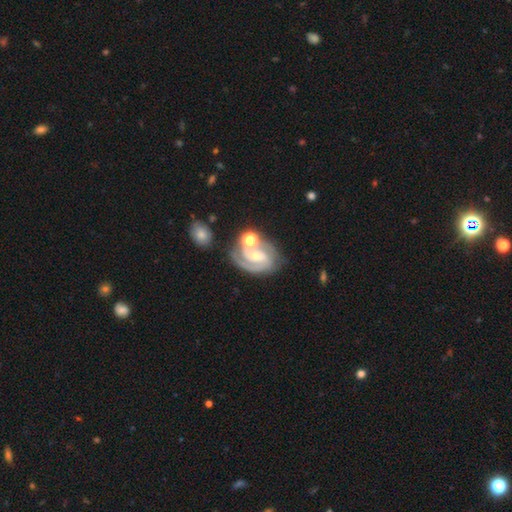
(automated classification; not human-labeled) featured or disk 83%, smooth 11%, star or artifact 7%. Down the decision tree: edge-on disk — no (97%); bar — weak (43%); spiral arms — yes (95%); spiral arm count — 2 (69%); spiral winding — tight (53%); bulge size — small (53%); merging — none (55%).